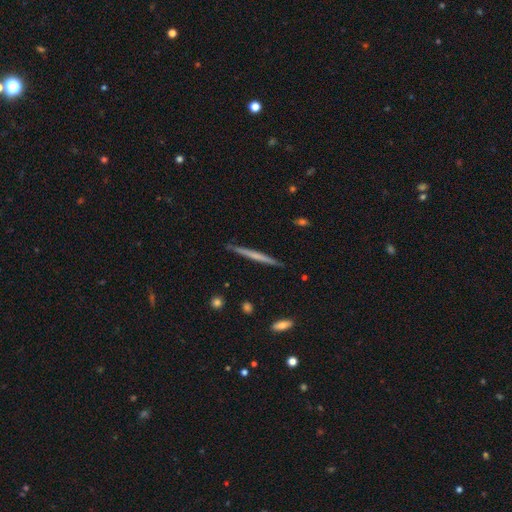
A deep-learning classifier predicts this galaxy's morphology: Smooth or featured?
  - featured or disk: 49% *
  - smooth: 45%
  - star or artifact: 6%
Merging?
  - none: 90% *
  - minor disturbance: 7%
  - major disturbance: 1%
  - merger: 1%